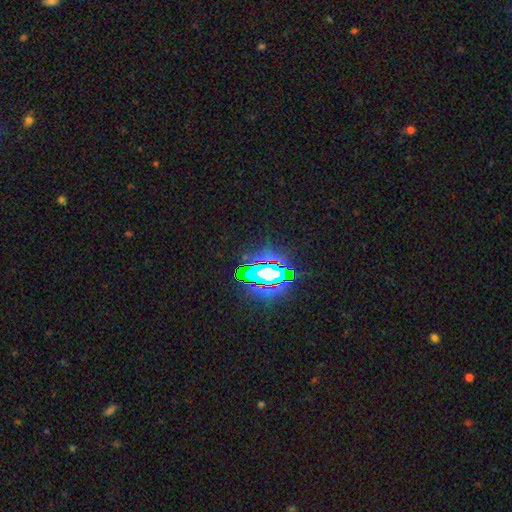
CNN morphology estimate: star or artifact 82%, smooth 11%, featured or disk 7%.